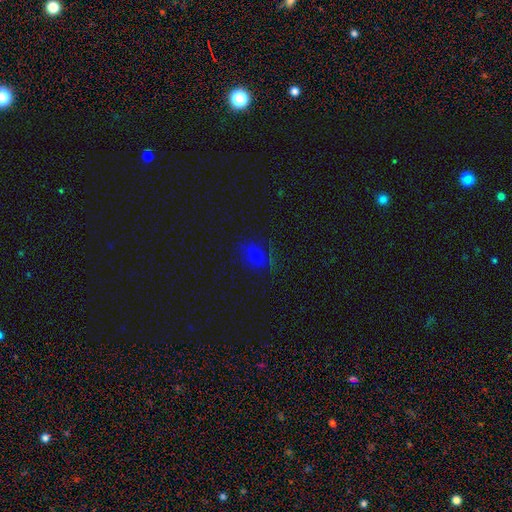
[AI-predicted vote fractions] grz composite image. It shows a smooth galaxy with no disk features (63%) that is in between round and cigar-shaped (71%). Merging: none (68%).